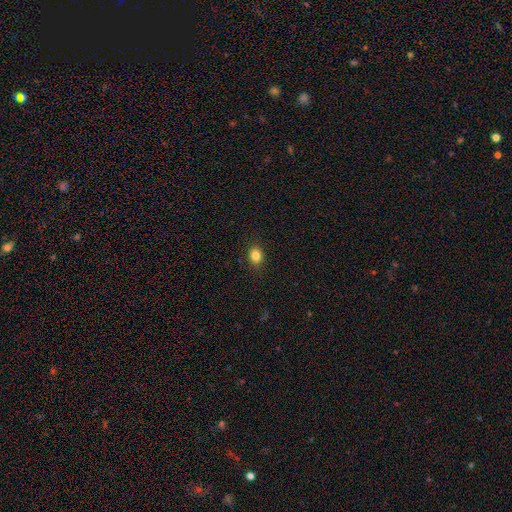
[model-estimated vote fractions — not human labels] Smooth or featured?
  - smooth: 83% *
  - star or artifact: 11%
  - featured or disk: 6%
How rounded?
  - round: 53% *
  - in between: 46%
  - cigar-shaped: 1%
Merging?
  - none: 89% *
  - minor disturbance: 8%
  - major disturbance: 2%
  - merger: 1%